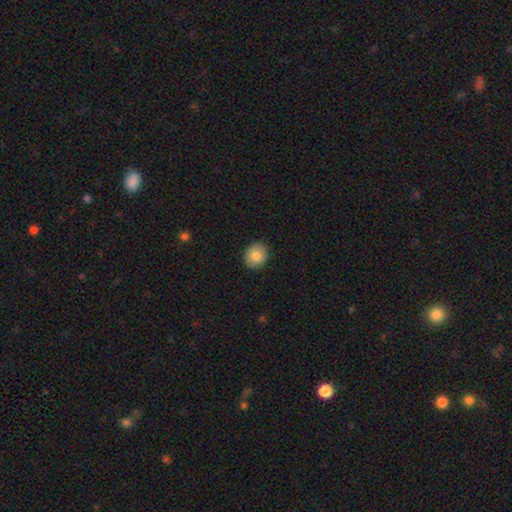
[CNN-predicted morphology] A smooth galaxy with no disk features (84%) that is round (73%).

Vote fractions:
- Smooth or featured? smooth: 84% / featured or disk: 9% / star or artifact: 8%
- How rounded? round: 73% / in between: 26% / cigar-shaped: 1%
- Merging? none: 90% / minor disturbance: 7% / major disturbance: 2% / merger: 1%